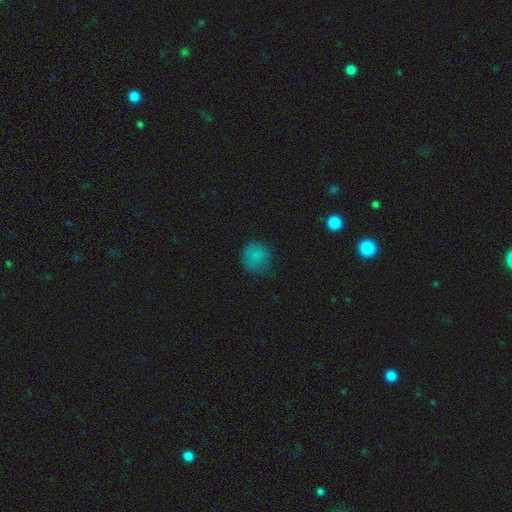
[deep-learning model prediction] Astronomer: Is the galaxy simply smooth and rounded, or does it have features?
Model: smooth — 79%.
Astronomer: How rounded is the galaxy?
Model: round — 87%.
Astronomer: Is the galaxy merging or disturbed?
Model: none — 63%.